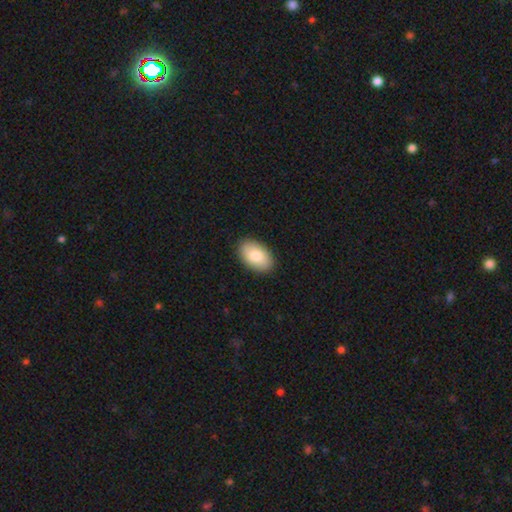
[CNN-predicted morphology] Smooth or featured? Predicted: smooth (p=0.85). How rounded? Predicted: in between (p=0.94). Merging? Predicted: none (p=0.90).